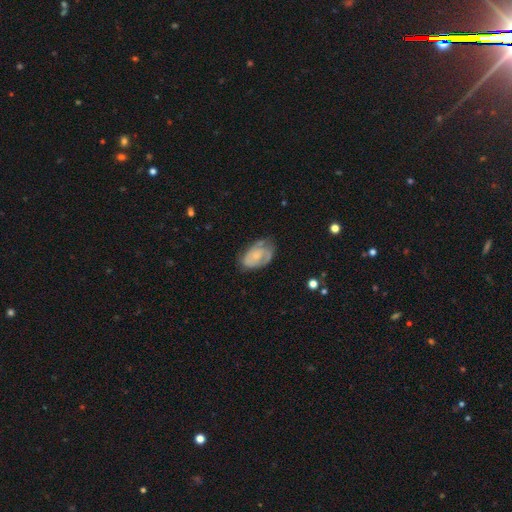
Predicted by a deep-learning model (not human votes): This appears to be a featured or disk galaxy (53%) with no bar (75%), spiral arms (73%) and a small central bulge (55%). Merging: none (56%).